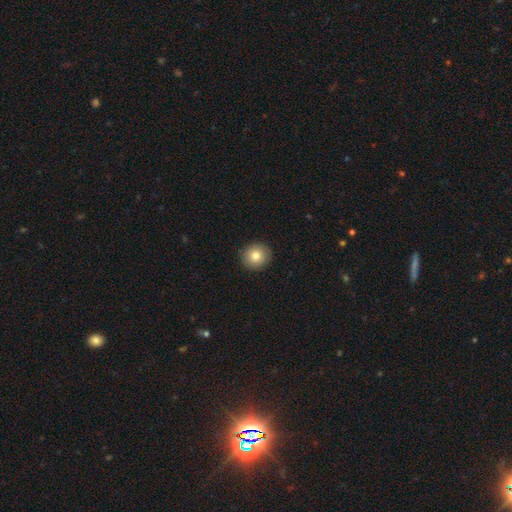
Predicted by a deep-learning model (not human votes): Smooth or featured? smooth (81%)
How rounded? round (91%)
Merging? none (91%)